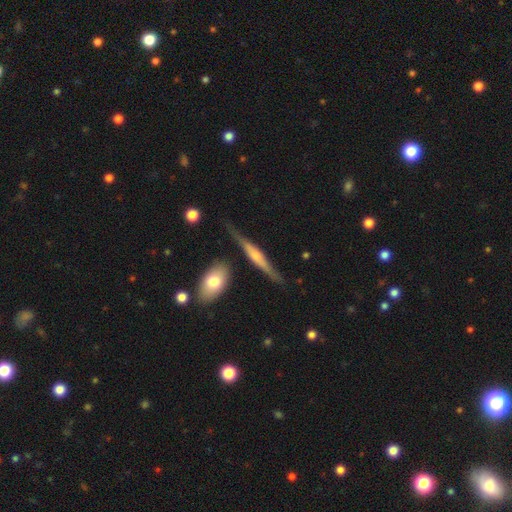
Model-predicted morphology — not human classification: Q: Smooth or featured?
A: featured or disk (70%); runner-up: smooth (24%)
Q: Edge-on disk?
A: yes (95%); runner-up: no (5%)
Q: Edge-on bulge?
A: rounded (70%); runner-up: boxy (16%)
Q: Merging?
A: none (76%); runner-up: minor disturbance (17%)